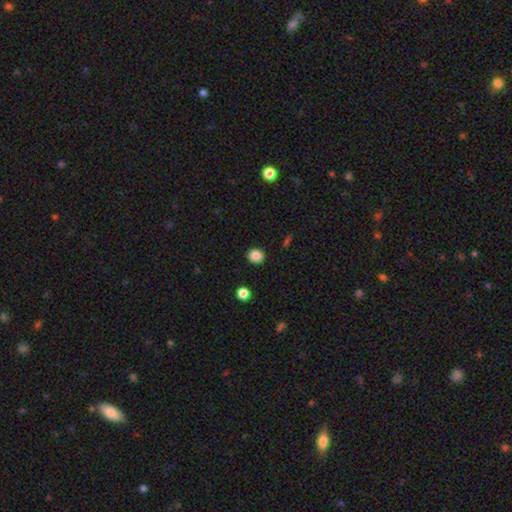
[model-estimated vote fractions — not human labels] This is clearly a smooth galaxy (85%). How rounded: clearly round (87%). Merging: clearly none (91%).